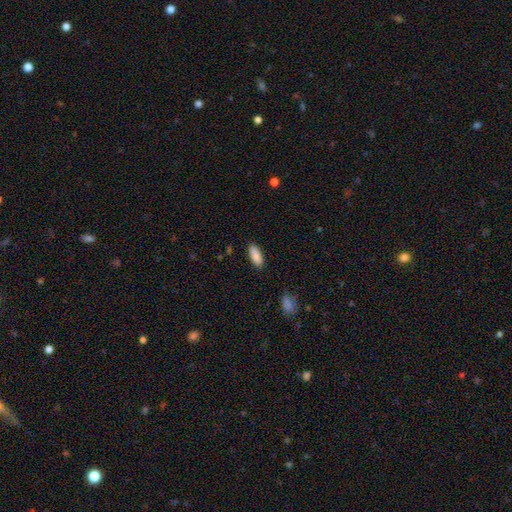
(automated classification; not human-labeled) The model was most divided on "how rounded": in between: 77%, cigar-shaped: 22%, round: 2%. More confident: smooth or featured — smooth (88%); merging — none (86%).